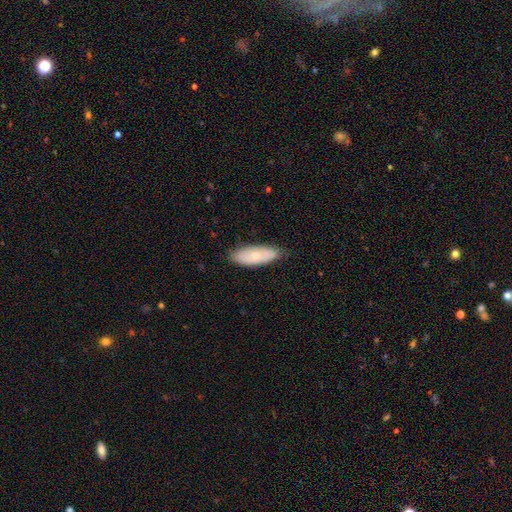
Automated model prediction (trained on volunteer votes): This is possibly a smooth galaxy (59%). How rounded: likely in between (71%). Merging: clearly none (81%).